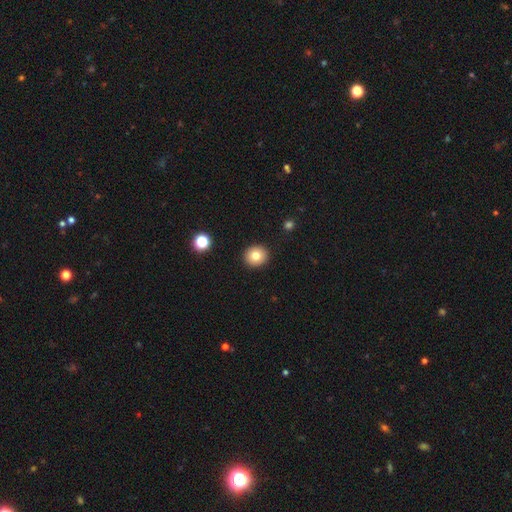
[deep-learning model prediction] The model was most divided on "smooth or featured": smooth: 80%, star or artifact: 11%, featured or disk: 10%. More confident: merging — none (92%); how rounded — round (88%).